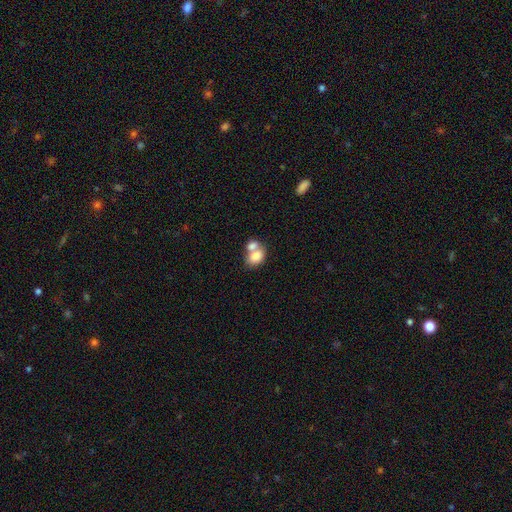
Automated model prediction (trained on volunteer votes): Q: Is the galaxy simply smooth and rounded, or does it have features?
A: smooth — 77%.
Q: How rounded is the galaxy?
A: in between — 76%.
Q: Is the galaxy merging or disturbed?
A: merger — 63%.